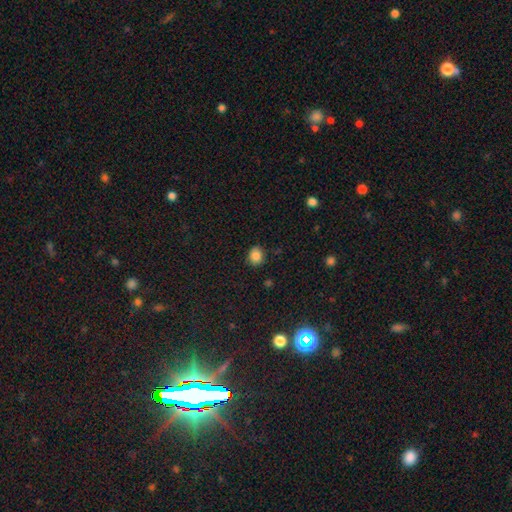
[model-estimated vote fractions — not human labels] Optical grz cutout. It shows a smooth galaxy with no disk features (85%) that is round (63%). Merging: none (85%).